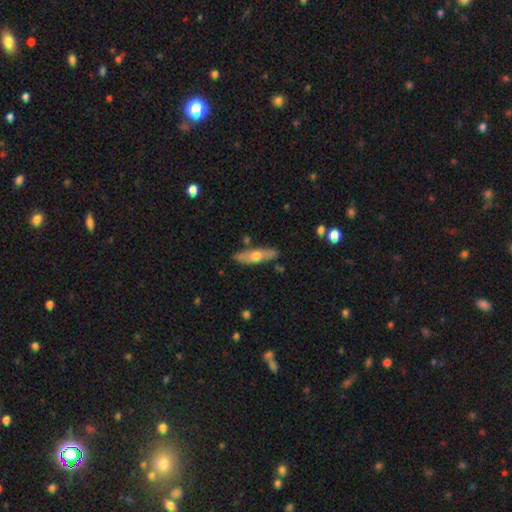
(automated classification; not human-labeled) Smooth or featured: featured or disk — 50% (smooth — 45%)
Merging: none — 82% (minor disturbance — 12%)